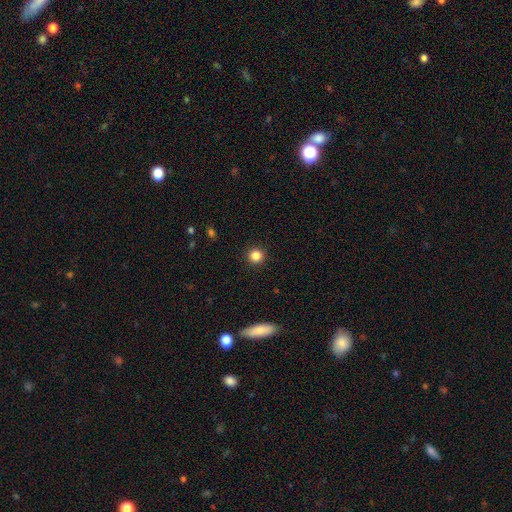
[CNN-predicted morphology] A smooth galaxy with no disk features (85%) that is round (95%). Merging: none (93%).